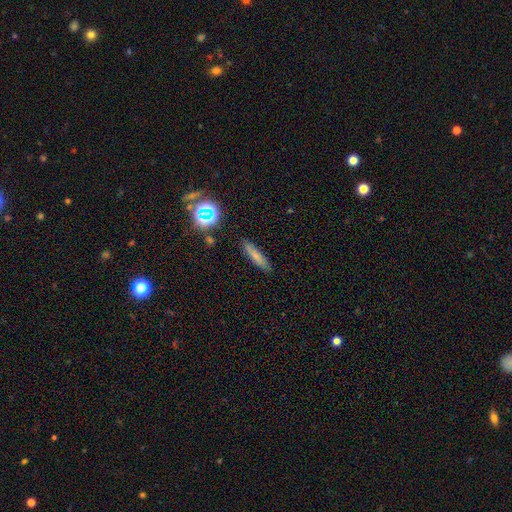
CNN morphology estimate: This is likely a smooth galaxy (70%). How rounded: clearly cigar-shaped (80%). Merging: clearly none (85%).